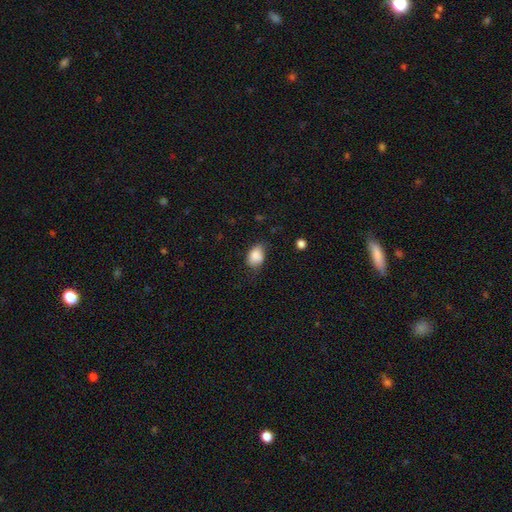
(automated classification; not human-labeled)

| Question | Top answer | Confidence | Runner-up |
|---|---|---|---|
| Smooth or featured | smooth | 87% | star or artifact (8%) |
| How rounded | in between | 79% | round (20%) |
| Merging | none | 62% | minor disturbance (29%) |